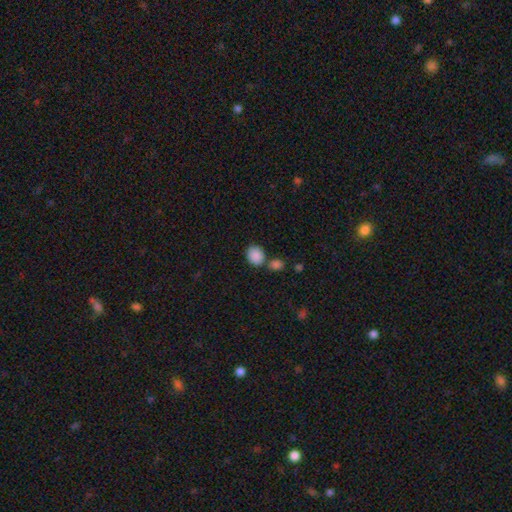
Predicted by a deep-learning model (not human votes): This appears to be a smooth galaxy with no disk features (88%) that is round (58%). Merging: none (61%).